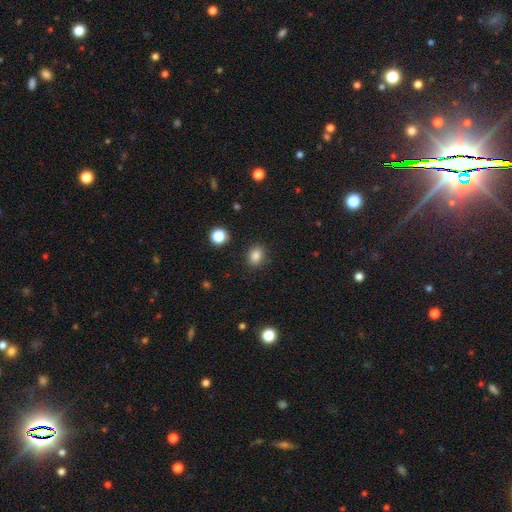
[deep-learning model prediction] The model was most divided on "how rounded": in between: 58%, round: 41%, cigar-shaped: 1%. More confident: merging — none (87%); smooth or featured — smooth (84%).